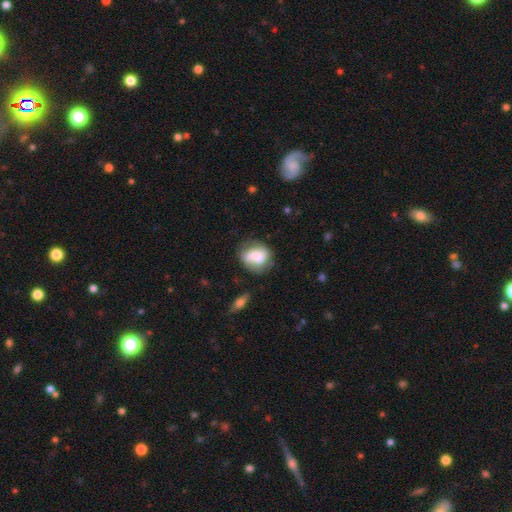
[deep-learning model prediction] Smooth or featured? Predicted: smooth (p=0.62). How rounded? Predicted: round (p=0.59). Merging? Predicted: none (p=0.57).